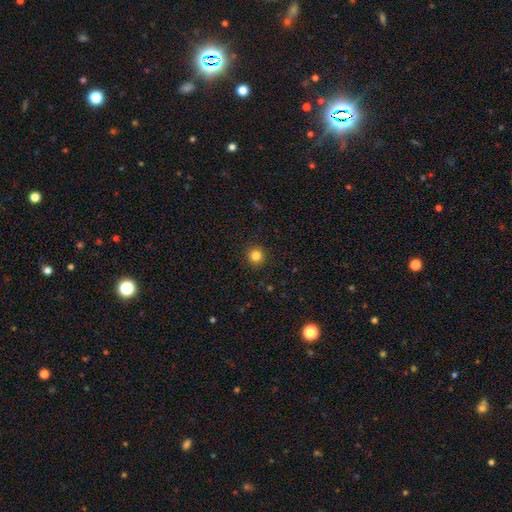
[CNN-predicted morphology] Q: Smooth or featured?
A: smooth (83%); runner-up: star or artifact (12%)
Q: How rounded?
A: round (94%); runner-up: in between (5%)
Q: Merging?
A: none (92%); runner-up: minor disturbance (5%)